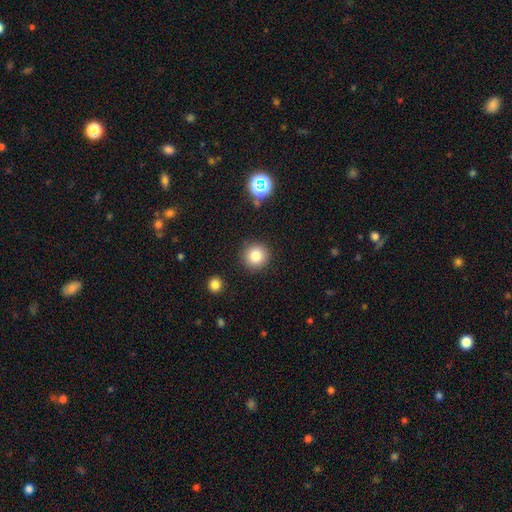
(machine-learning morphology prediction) Smooth or featured? Predicted: smooth (p=0.81). How rounded? Predicted: round (p=0.94). Merging? Predicted: none (p=0.89).